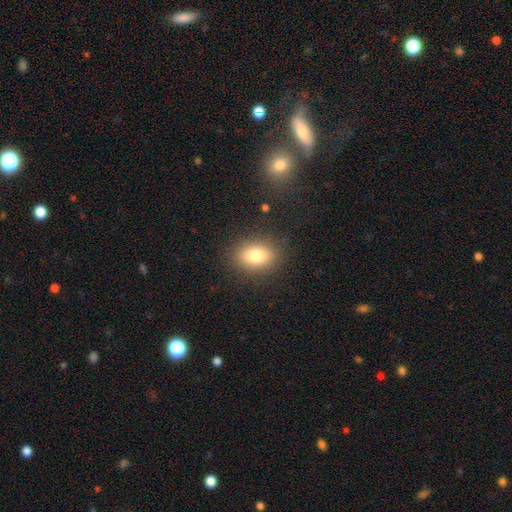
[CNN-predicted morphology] Overall: smooth (78%). How rounded: in between (75%). Merging: none (85%).